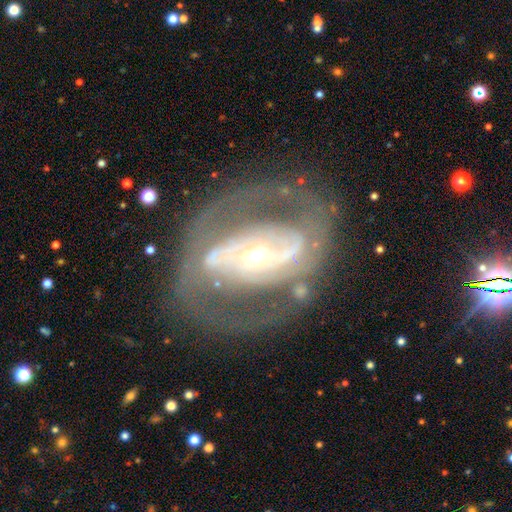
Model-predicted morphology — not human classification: A featured or disk galaxy (83%) with a strong bar (40%), 2 (72%) medium (43%) spiral arms (73%) and a small central bulge (51%). Merging: none (67%).